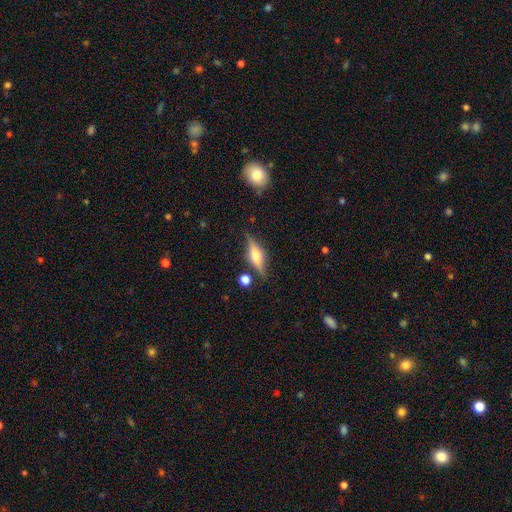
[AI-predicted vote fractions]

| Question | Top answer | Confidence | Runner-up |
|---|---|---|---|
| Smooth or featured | featured or disk | 66% | smooth (27%) |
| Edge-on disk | yes | 95% | no (5%) |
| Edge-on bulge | rounded | 90% | boxy (8%) |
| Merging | none | 81% | minor disturbance (11%) |